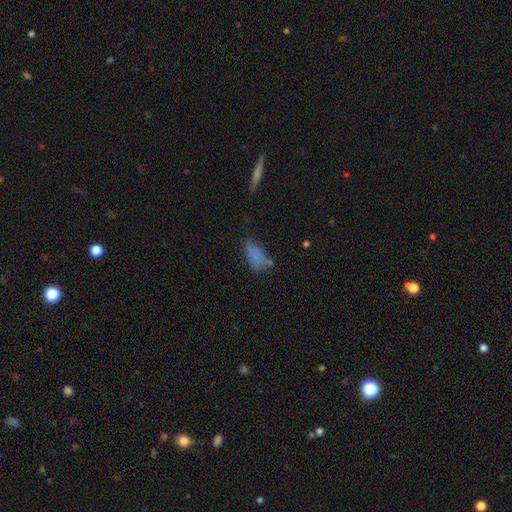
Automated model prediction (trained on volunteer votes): A smooth galaxy with no disk features (74%) that is in between round and cigar-shaped (88%). Merging: none (45%).